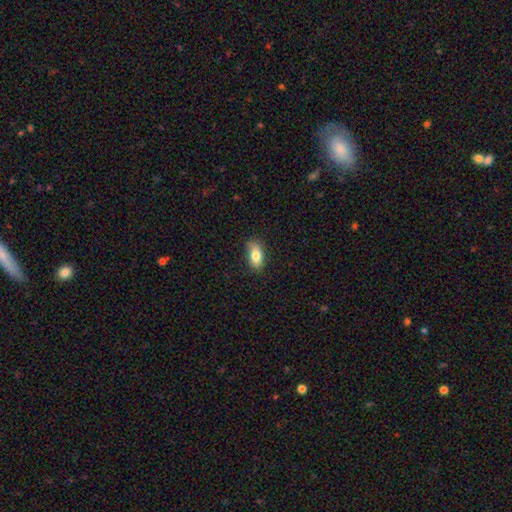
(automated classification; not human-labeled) This is likely a smooth galaxy (80%). How rounded: clearly in between (88%). Merging: likely none (75%).